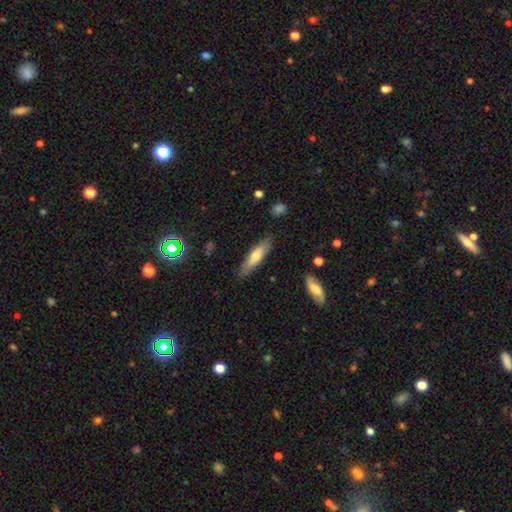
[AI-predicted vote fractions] smooth 62%, featured or disk 31%, star or artifact 7%. Down the decision tree: how rounded — cigar-shaped (73%); merging — none (83%).